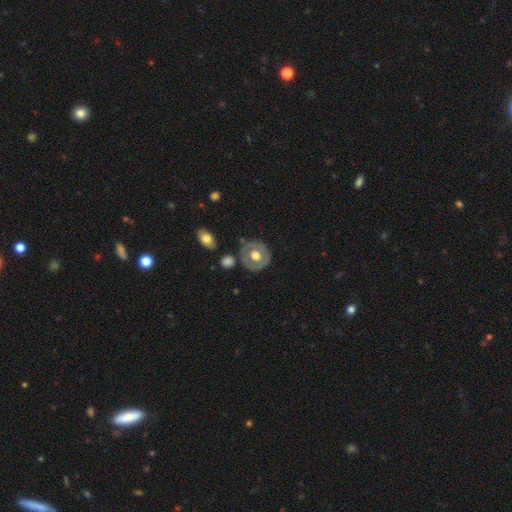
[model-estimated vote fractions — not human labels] Smooth or featured? Predicted: featured or disk (p=0.51). Edge-on disk? Predicted: no (p=0.94). Merging? Predicted: none (p=0.77).